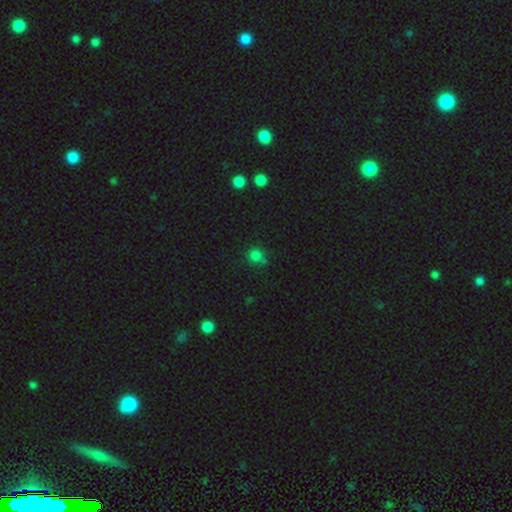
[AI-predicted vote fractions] A smooth galaxy with no disk features (76%) that is round (89%).

Vote fractions:
- Smooth or featured? smooth: 76% / star or artifact: 19% / featured or disk: 5%
- How rounded? round: 89% / in between: 10% / cigar-shaped: 1%
- Merging? none: 67% / minor disturbance: 15% / merger: 14% / major disturbance: 5%